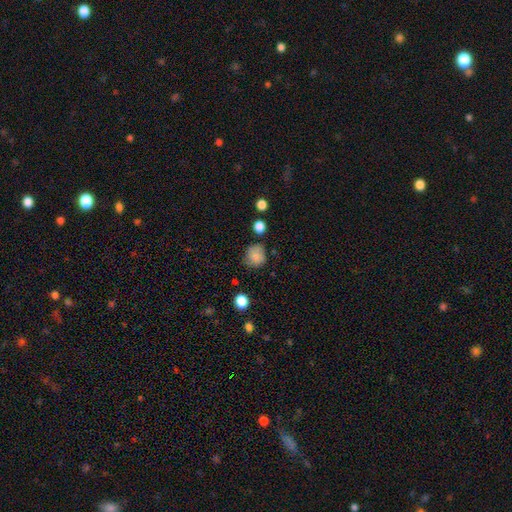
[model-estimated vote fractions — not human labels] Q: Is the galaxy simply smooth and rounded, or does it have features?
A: smooth — 81%.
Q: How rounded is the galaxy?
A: round — 83%.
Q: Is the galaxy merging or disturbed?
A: none — 69%.